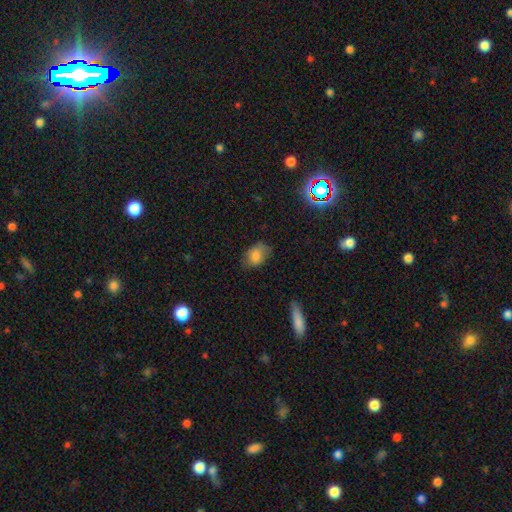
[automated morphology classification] Smooth or featured?
  - smooth: 80% *
  - featured or disk: 11%
  - star or artifact: 9%
How rounded?
  - in between: 79% *
  - round: 19%
  - cigar-shaped: 1%
Merging?
  - none: 67% *
  - minor disturbance: 25%
  - major disturbance: 6%
  - merger: 1%